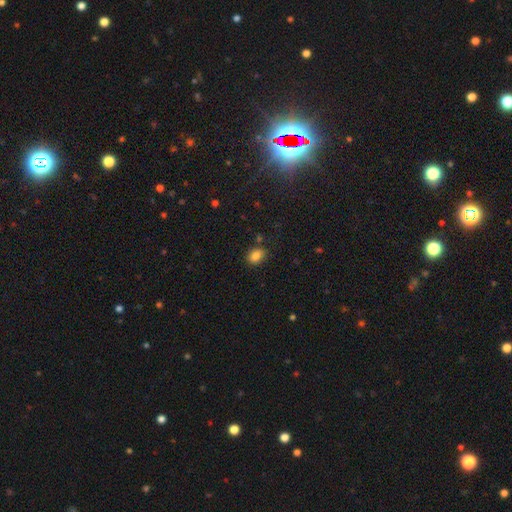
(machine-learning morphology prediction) smooth 83%, star or artifact 10%, featured or disk 7%. Down the decision tree: how rounded — in between (68%); merging — none (82%).